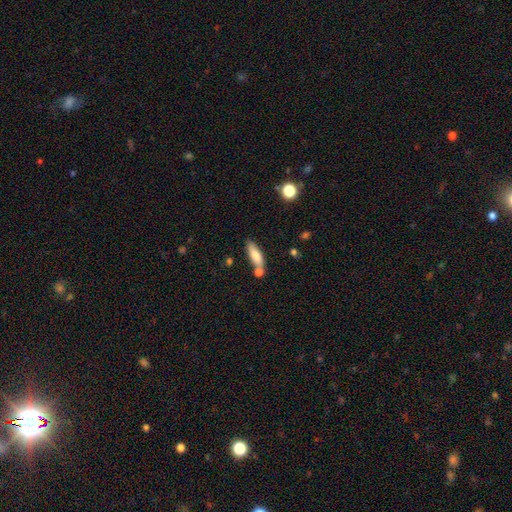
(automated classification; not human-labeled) A smooth galaxy with no disk features (77%) that is in between round and cigar-shaped (51%). Merging: none (60%).